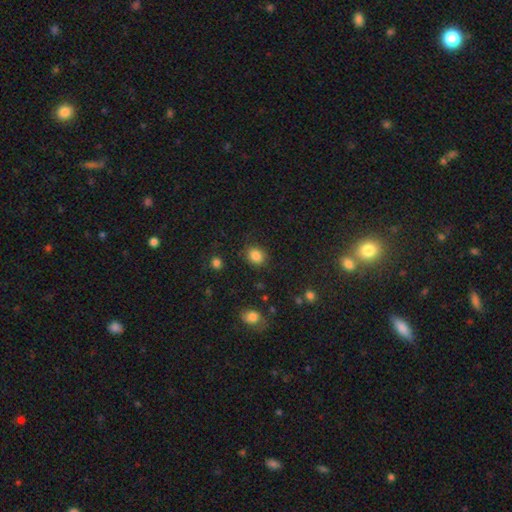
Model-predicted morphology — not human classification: A smooth galaxy with no disk features (85%) that is round (57%).

Vote fractions:
- Smooth or featured? smooth: 85% / star or artifact: 11% / featured or disk: 4%
- How rounded? round: 57% / in between: 42% / cigar-shaped: 1%
- Merging? none: 83% / minor disturbance: 11% / major disturbance: 3% / merger: 2%